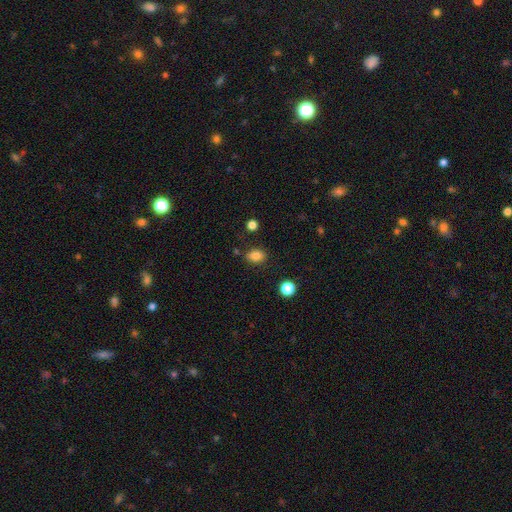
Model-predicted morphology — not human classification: type=smooth (84%); roundness=in between (74%); merging=none (79%).